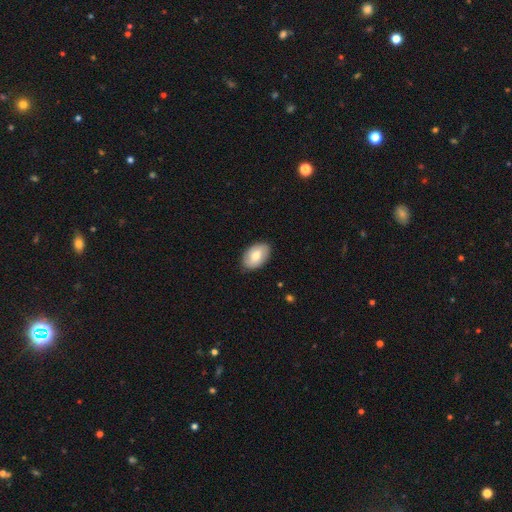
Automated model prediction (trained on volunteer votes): Smooth or featured? smooth (73%)
How rounded? in between (92%)
Merging? none (87%)